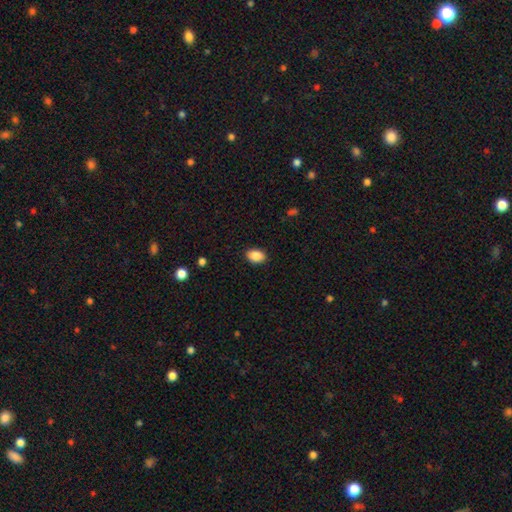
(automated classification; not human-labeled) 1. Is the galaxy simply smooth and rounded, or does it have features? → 89% smooth, 8% star or artifact, 3% featured or disk.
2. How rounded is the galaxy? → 83% in between, 16% round, 1% cigar-shaped.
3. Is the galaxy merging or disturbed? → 89% none, 8% minor disturbance, 2% major disturbance, 1% merger.